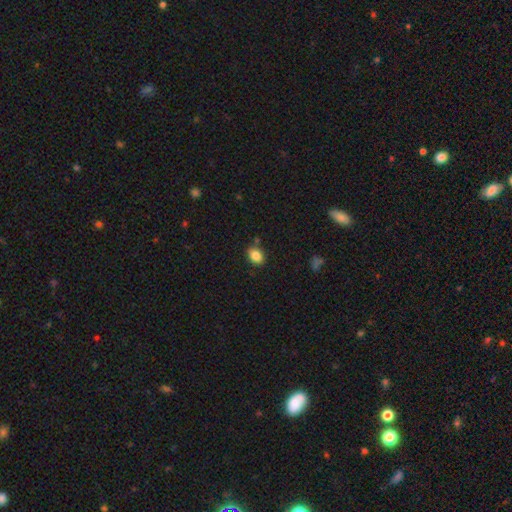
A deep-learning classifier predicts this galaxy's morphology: This appears to be a smooth galaxy with no disk features (85%) that is in between round and cigar-shaped (70%). Merging: none (79%).